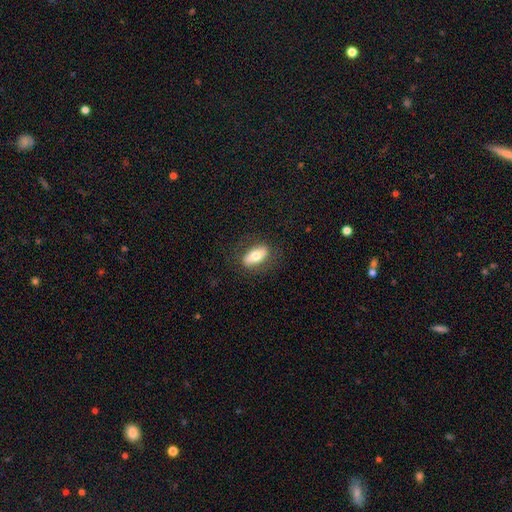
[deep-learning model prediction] Smooth or featured: smooth — 62% (featured or disk — 31%)
How rounded: in between — 85% (cigar-shaped — 10%)
Merging: none — 80% (minor disturbance — 13%)